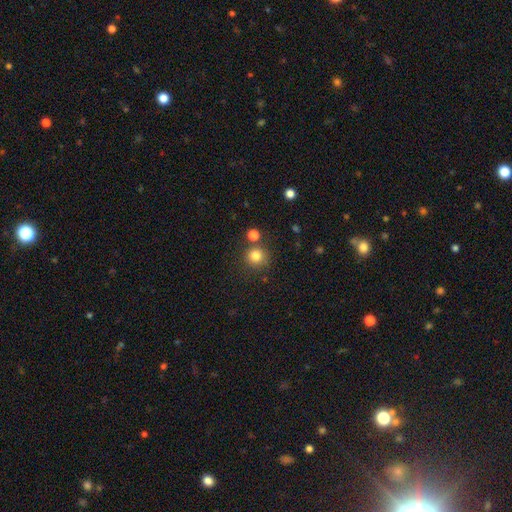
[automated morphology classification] smooth_or_featured: smooth (p=0.81) [alt: star or artifact p=0.13]
how_rounded: round (p=0.93) [alt: in between p=0.06]
merging: none (p=0.77) [alt: merger p=0.11]